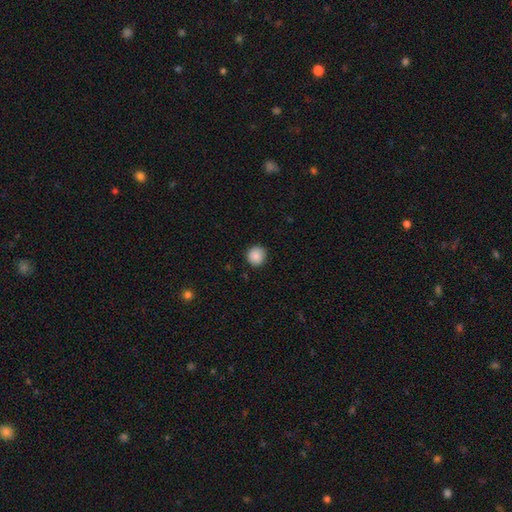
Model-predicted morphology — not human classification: smooth 88%, star or artifact 9%, featured or disk 4%. Down the decision tree: how rounded — round (92%); merging — none (90%).